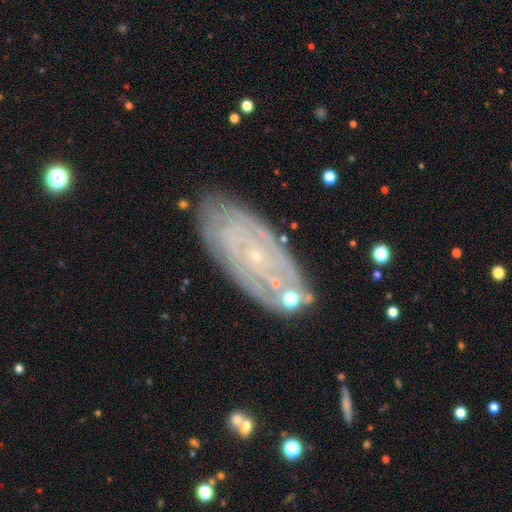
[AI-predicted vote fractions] Smooth or featured?
  - featured or disk: 77% *
  - smooth: 15%
  - star or artifact: 8%
Edge-on disk?
  - no: 90% *
  - yes: 10%
Bar?
  - no: 79% *
  - weak: 16%
  - strong: 5%
Spiral arms?
  - yes: 85% *
  - no: 15%
Spiral winding?
  - tight: 78% *
  - medium: 17%
  - loose: 5%
Spiral arm count?
  - can't tell: 55% *
  - 2: 13%
  - 4: 10%
  - 3: 9%
  - more than 4: 8%
  - 1: 5%
Bulge size?
  - small: 88% *
  - moderate: 8%
  - none: 3%
  - large: 1%
  - dominant: 1%
Merging?
  - none: 79% *
  - minor disturbance: 14%
  - merger: 4%
  - major disturbance: 3%